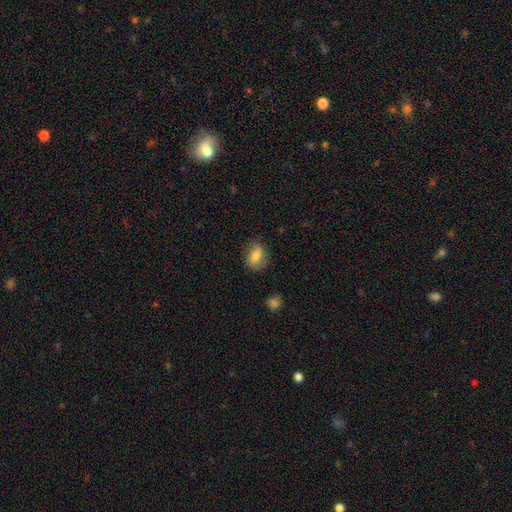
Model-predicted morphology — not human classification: This is likely a smooth galaxy (74%). How rounded: likely in between (67%). Merging: likely none (79%).